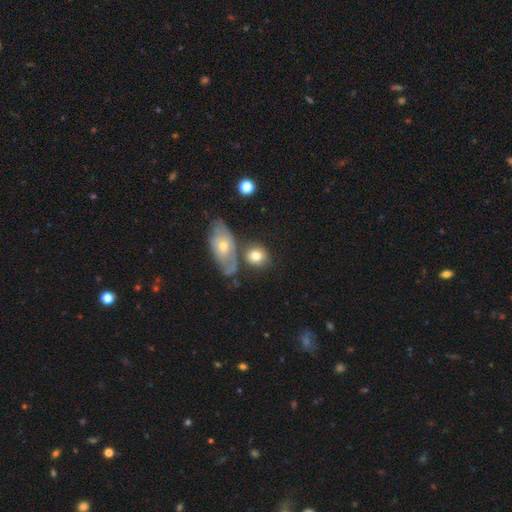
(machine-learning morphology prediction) Smooth or featured? smooth (73%)
How rounded? round (64%)
Merging? none (56%)